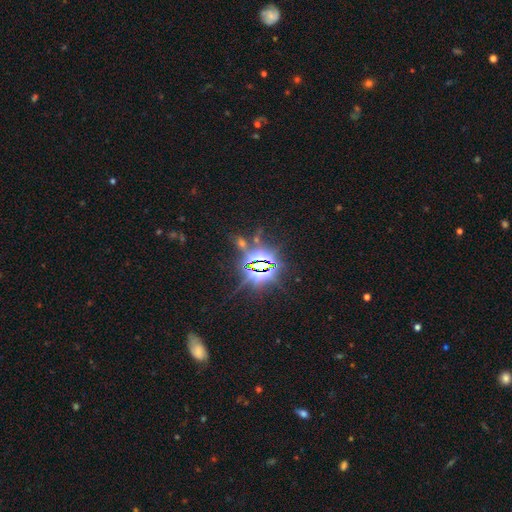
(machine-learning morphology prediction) Smooth or featured? star or artifact (82%)